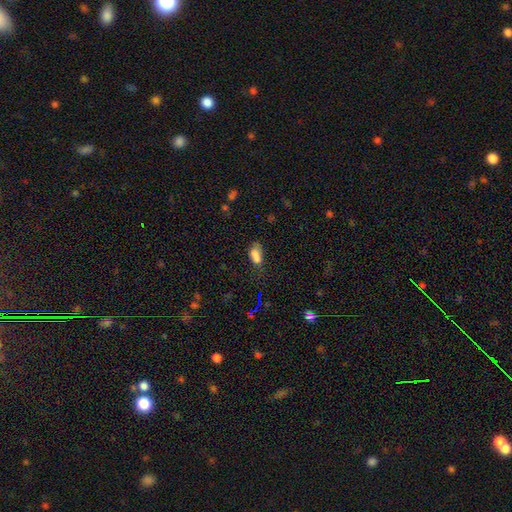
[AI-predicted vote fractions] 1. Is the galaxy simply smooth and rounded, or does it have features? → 73% smooth, 14% star or artifact, 13% featured or disk.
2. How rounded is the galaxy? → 81% in between, 13% round, 6% cigar-shaped.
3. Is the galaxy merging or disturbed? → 35% merger, 33% none, 21% minor disturbance, 11% major disturbance.